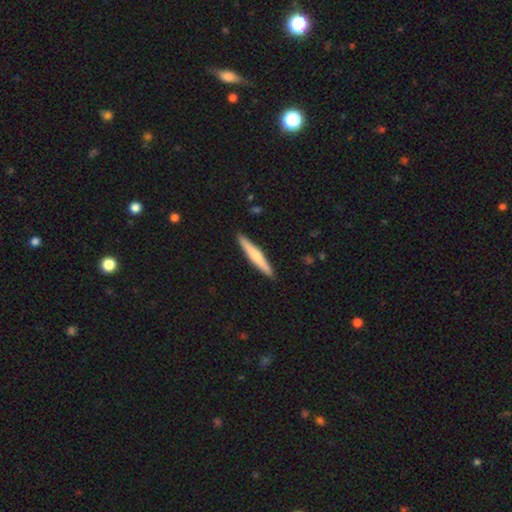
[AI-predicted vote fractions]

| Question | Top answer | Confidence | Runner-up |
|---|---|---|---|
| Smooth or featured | smooth | 57% | featured or disk (39%) |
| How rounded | cigar-shaped | 94% | in between (5%) |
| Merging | none | 91% | minor disturbance (6%) |